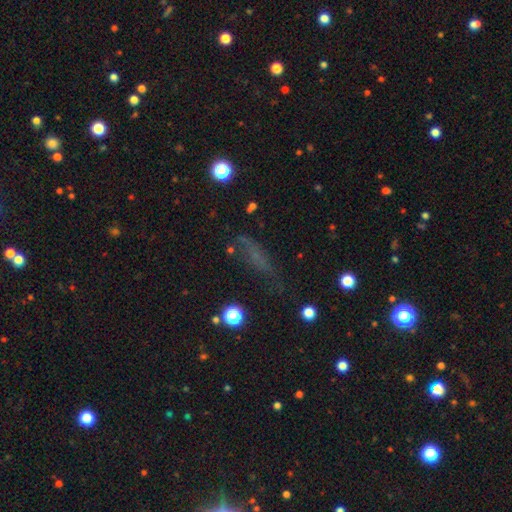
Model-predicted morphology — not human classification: smooth 47%, star or artifact 28%, featured or disk 25%. Down the decision tree: merging — none (58%).